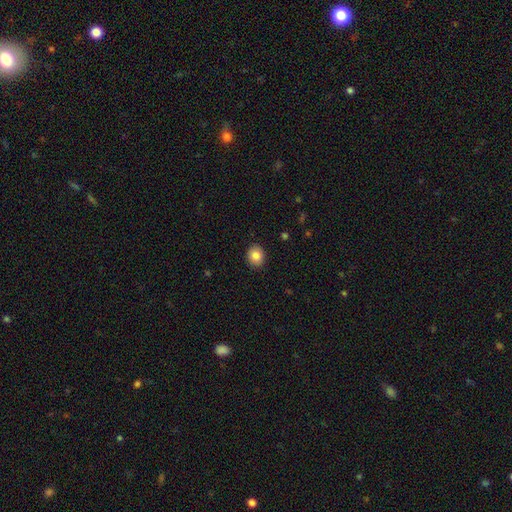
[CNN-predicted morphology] smooth-or-featured: smooth: 84% | star or artifact: 9% | featured or disk: 7%
  how-rounded: round: 70% | in between: 29% | cigar-shaped: 1%
  merging: none: 91% | minor disturbance: 7% | major disturbance: 2% | merger: 1%